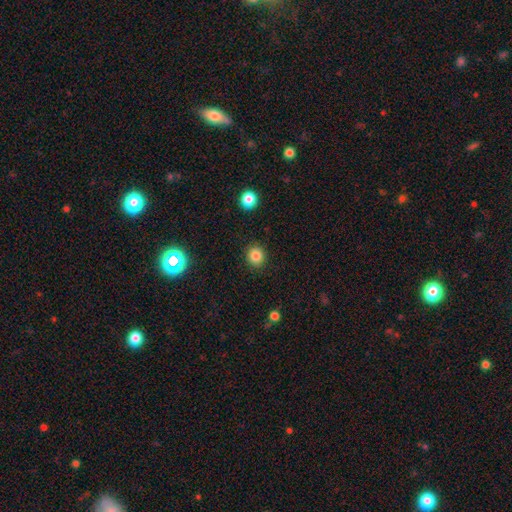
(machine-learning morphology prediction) Smooth or featured? smooth (84%)
How rounded? round (86%)
Merging? none (90%)